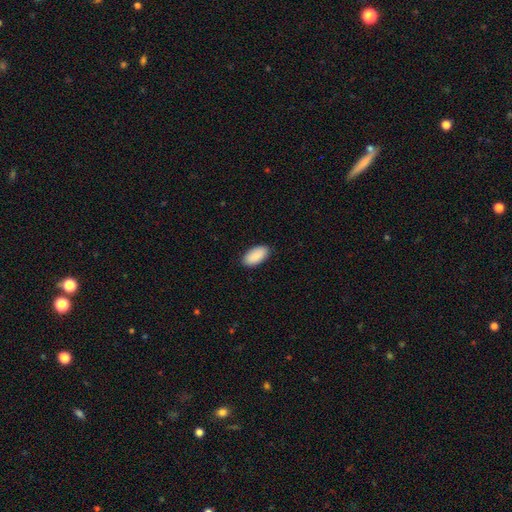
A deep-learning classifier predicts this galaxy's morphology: smooth 91%, star or artifact 6%, featured or disk 3%. Down the decision tree: how rounded — in between (96%); merging — none (89%).